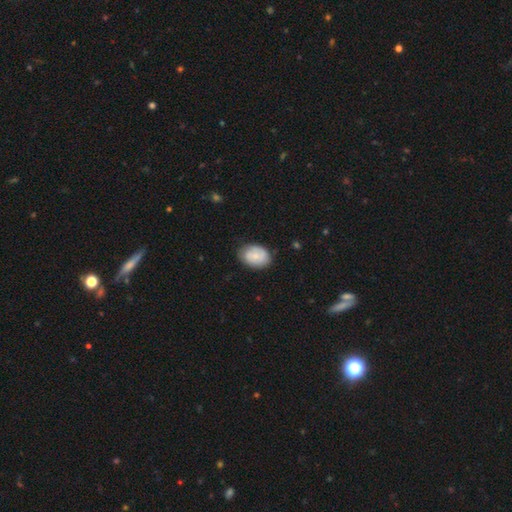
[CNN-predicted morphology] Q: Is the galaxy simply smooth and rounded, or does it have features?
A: smooth — 71%.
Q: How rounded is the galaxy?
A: in between — 77%.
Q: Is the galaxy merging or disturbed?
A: none — 77%.